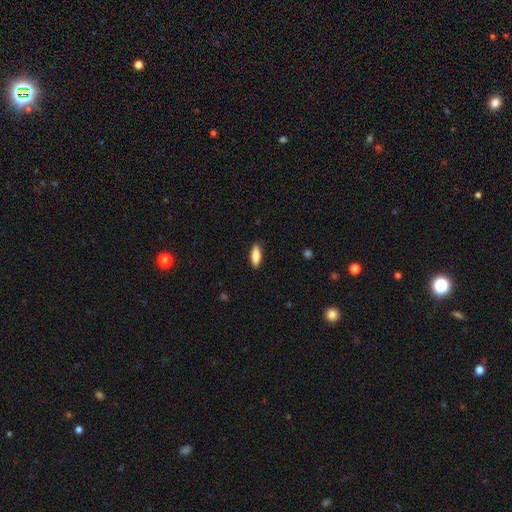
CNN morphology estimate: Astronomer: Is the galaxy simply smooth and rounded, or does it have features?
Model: smooth — 84%.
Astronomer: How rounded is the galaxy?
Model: in between — 66%.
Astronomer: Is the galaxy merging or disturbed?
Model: none — 87%.